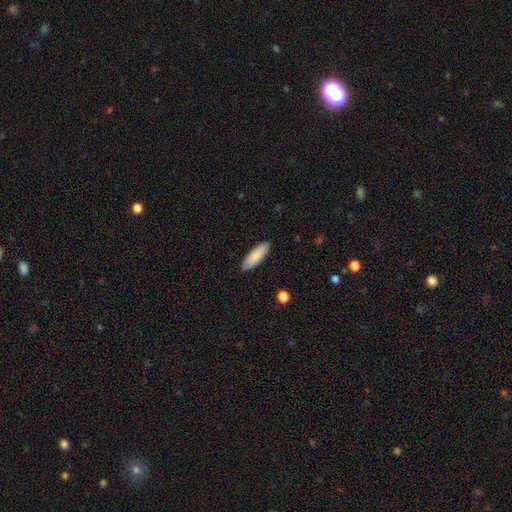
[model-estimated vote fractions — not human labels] smooth-or-featured: smooth: 86% | featured or disk: 9% | star or artifact: 5%
  how-rounded: cigar-shaped: 52% | in between: 47% | round: 1%
  merging: none: 90% | minor disturbance: 8% | major disturbance: 2% | merger: 1%